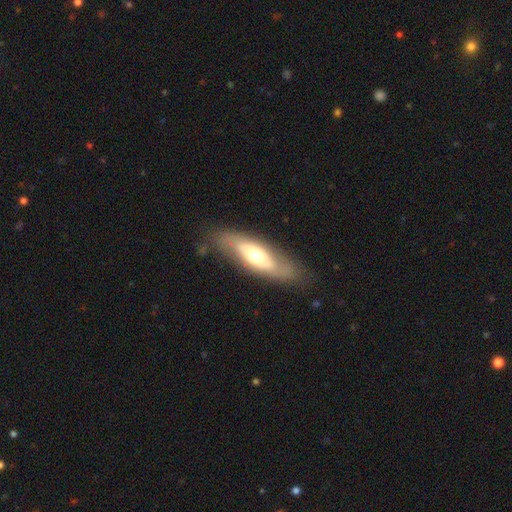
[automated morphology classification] smooth-or-featured: featured or disk: 48% | smooth: 46% | star or artifact: 6%
  merging: none: 77% | minor disturbance: 15% | major disturbance: 6% | merger: 2%